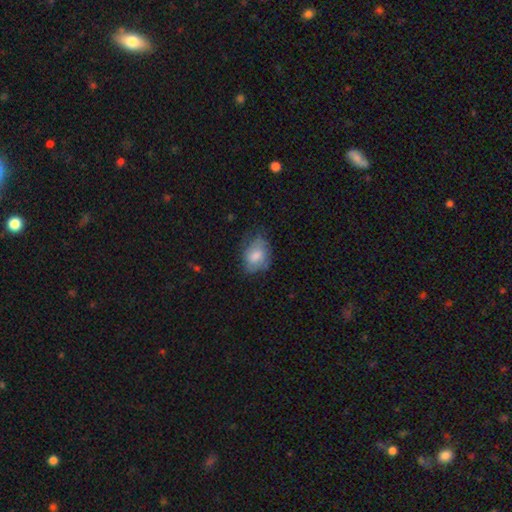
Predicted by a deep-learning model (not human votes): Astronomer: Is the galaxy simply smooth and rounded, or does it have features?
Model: smooth — 67%.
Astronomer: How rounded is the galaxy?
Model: in between — 77%.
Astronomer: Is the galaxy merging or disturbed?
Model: none — 52% (runner-up: minor disturbance, 32%).